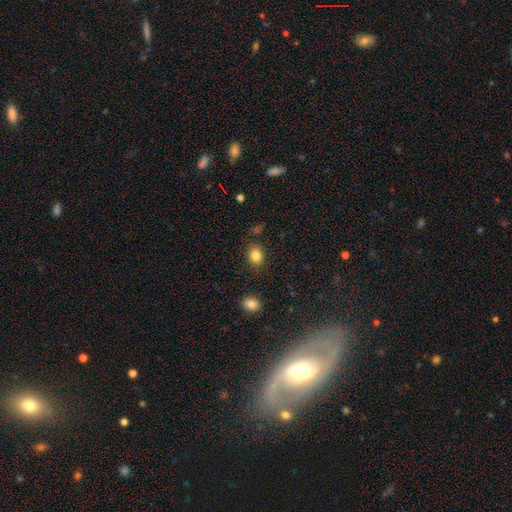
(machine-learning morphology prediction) Smooth or featured?
  - smooth: 84% *
  - star or artifact: 10%
  - featured or disk: 6%
How rounded?
  - in between: 50% *
  - round: 49%
  - cigar-shaped: 1%
Merging?
  - none: 82% *
  - minor disturbance: 12%
  - major disturbance: 3%
  - merger: 3%